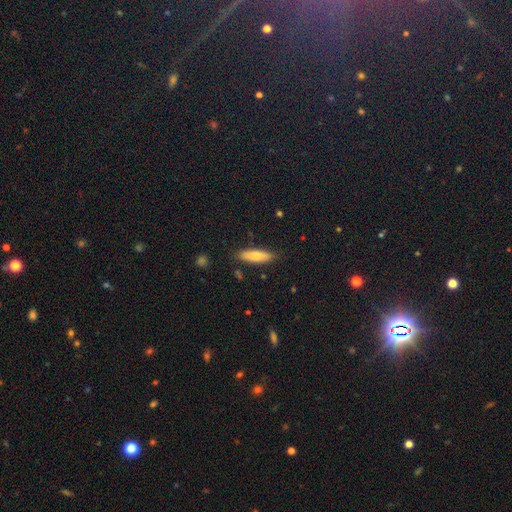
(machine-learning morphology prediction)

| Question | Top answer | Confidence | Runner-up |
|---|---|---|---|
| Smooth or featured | smooth | 77% | featured or disk (16%) |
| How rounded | cigar-shaped | 58% | in between (40%) |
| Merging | none | 84% | minor disturbance (12%) |